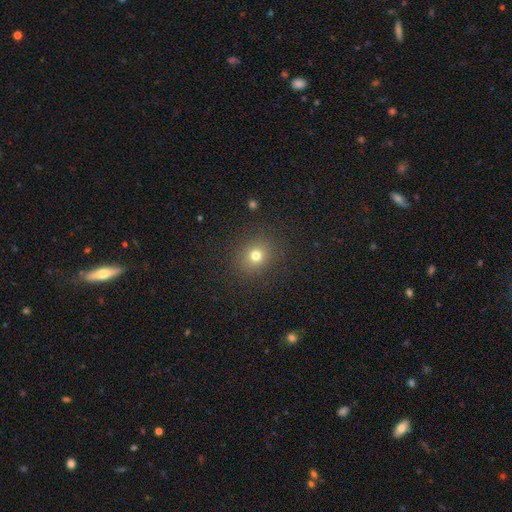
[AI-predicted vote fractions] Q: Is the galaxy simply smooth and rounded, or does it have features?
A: smooth — 75%.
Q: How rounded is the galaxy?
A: round — 78%.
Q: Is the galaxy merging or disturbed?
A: none — 88%.